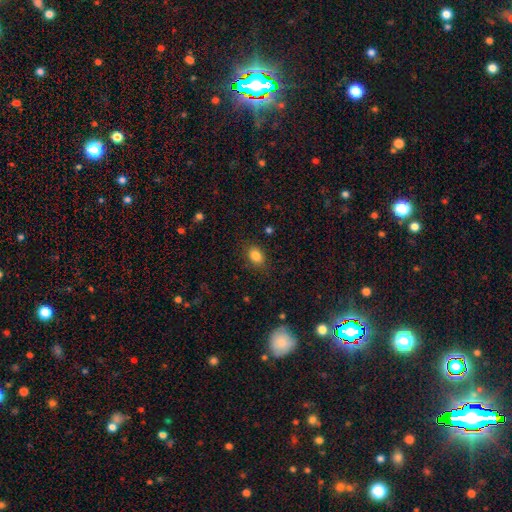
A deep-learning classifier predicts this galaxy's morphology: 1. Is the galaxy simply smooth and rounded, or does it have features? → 85% smooth, 10% star or artifact, 6% featured or disk.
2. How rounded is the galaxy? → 75% in between, 23% round, 1% cigar-shaped.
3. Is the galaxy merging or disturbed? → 83% none, 12% minor disturbance, 3% major disturbance, 1% merger.